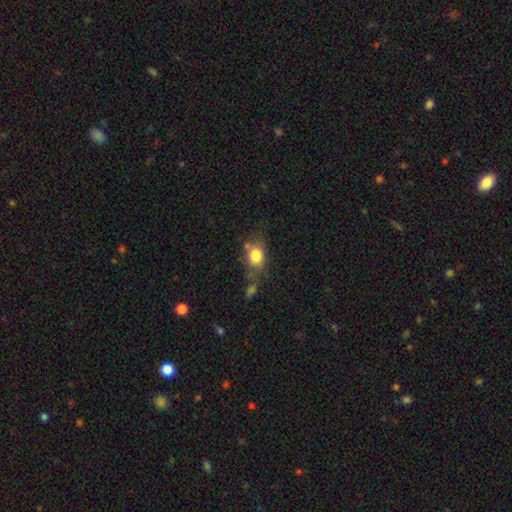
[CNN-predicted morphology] Smooth or featured? smooth (78%)
How rounded? in between (49%)
Merging? none (47%)